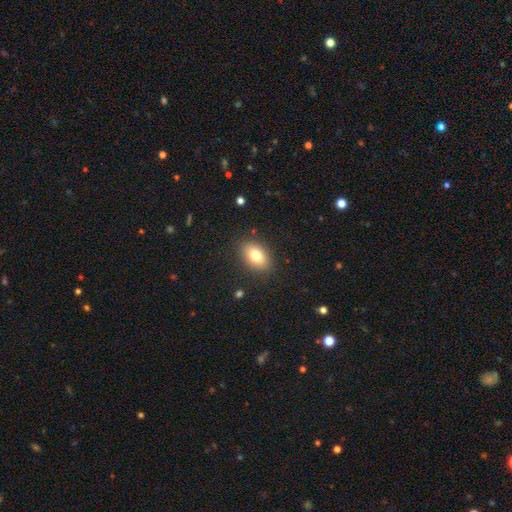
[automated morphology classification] Smooth or featured? smooth (79%)
How rounded? in between (86%)
Merging? none (86%)